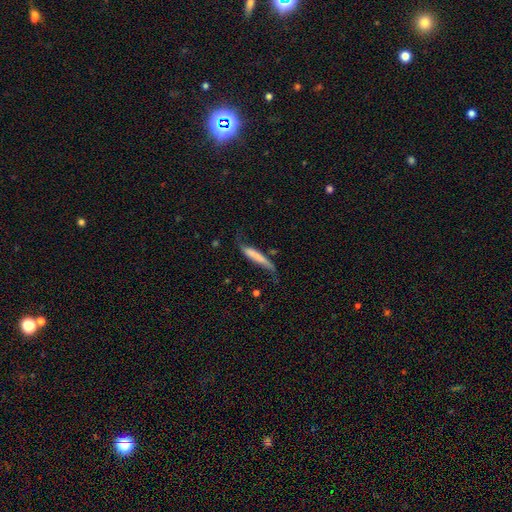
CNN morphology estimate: smooth 58%, featured or disk 36%, star or artifact 7%. Down the decision tree: how rounded — cigar-shaped (90%); merging — none (44%).